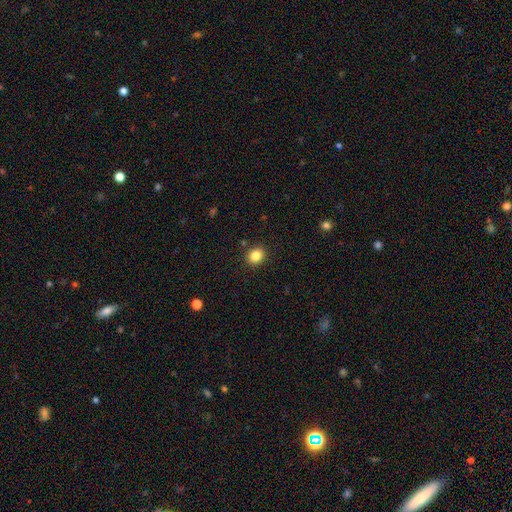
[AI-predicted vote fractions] Smooth or featured?
  - smooth: 84% *
  - star or artifact: 11%
  - featured or disk: 5%
How rounded?
  - round: 73% *
  - in between: 26%
  - cigar-shaped: 1%
Merging?
  - none: 90% *
  - minor disturbance: 7%
  - major disturbance: 2%
  - merger: 2%